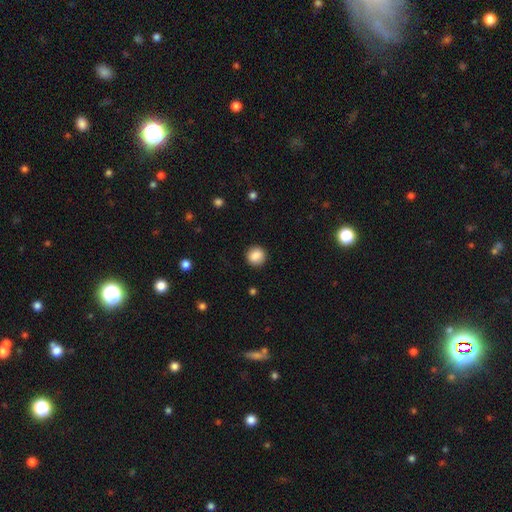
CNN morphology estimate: This is clearly a smooth galaxy (87%). How rounded: clearly round (88%). Merging: clearly none (90%).